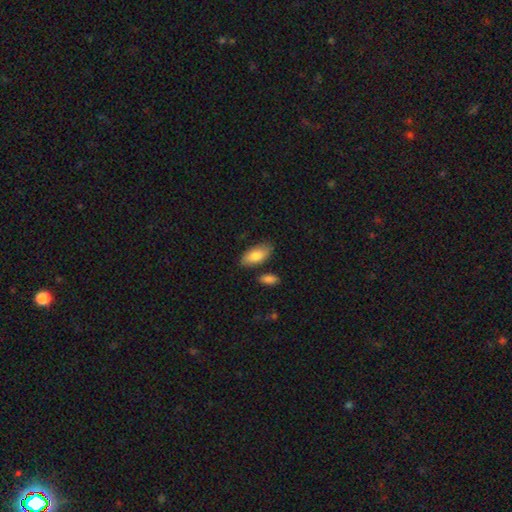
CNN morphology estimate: Overall: smooth (82%). How rounded: in between (90%). Merging: none (78%).